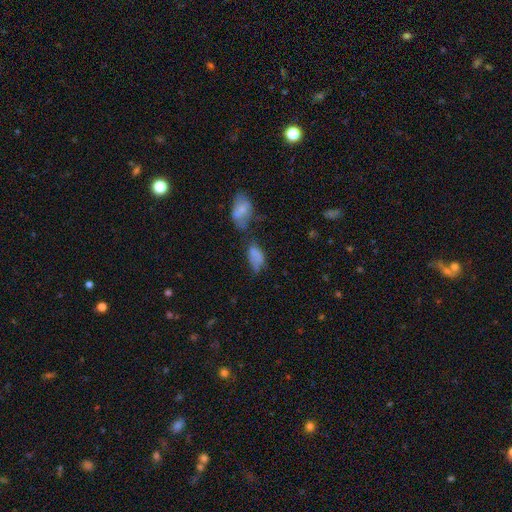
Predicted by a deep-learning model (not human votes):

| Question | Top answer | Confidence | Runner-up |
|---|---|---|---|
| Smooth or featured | smooth | 68% | featured or disk (20%) |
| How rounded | in between | 88% | round (7%) |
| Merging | merger | 31% | none (23%) |